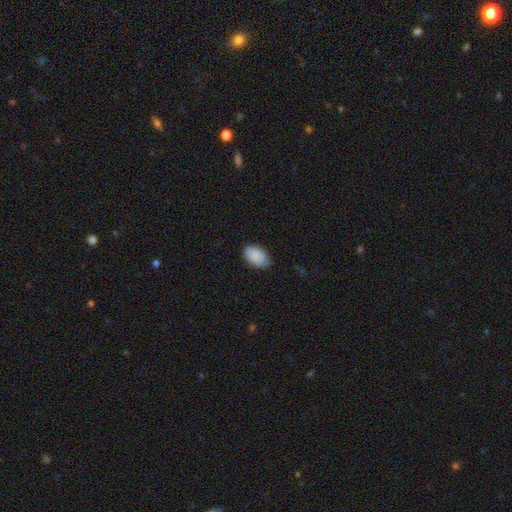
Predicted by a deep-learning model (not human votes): Smooth or featured: smooth — 89% (star or artifact — 6%)
How rounded: in between — 90% (round — 9%)
Merging: none — 77% (minor disturbance — 19%)